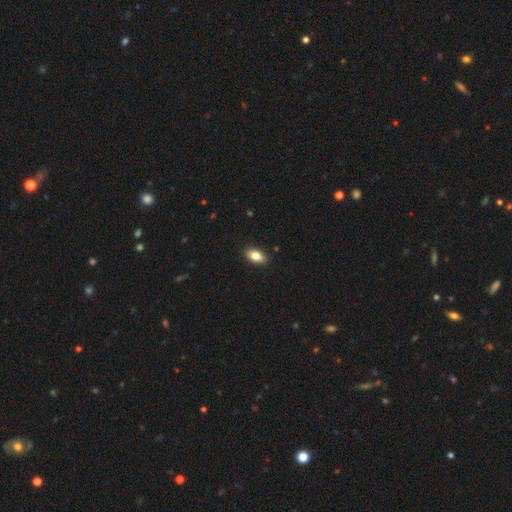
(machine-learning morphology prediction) This is clearly a smooth galaxy (83%). How rounded: clearly in between (91%). Merging: clearly none (90%).